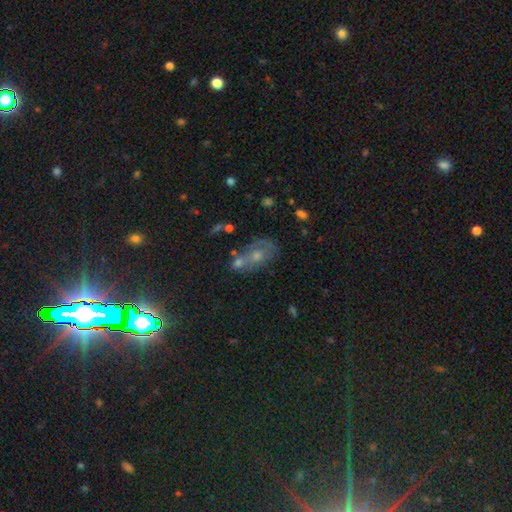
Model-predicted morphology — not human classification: type=smooth (45%); merging=merger (36%).